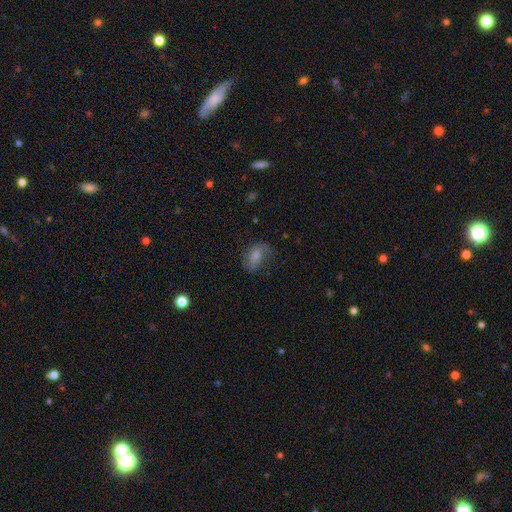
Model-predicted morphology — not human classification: The model was most divided on "smooth or featured": smooth: 50%, featured or disk: 33%, star or artifact: 16%. More confident: how rounded — in between (77%); merging — none (60%).